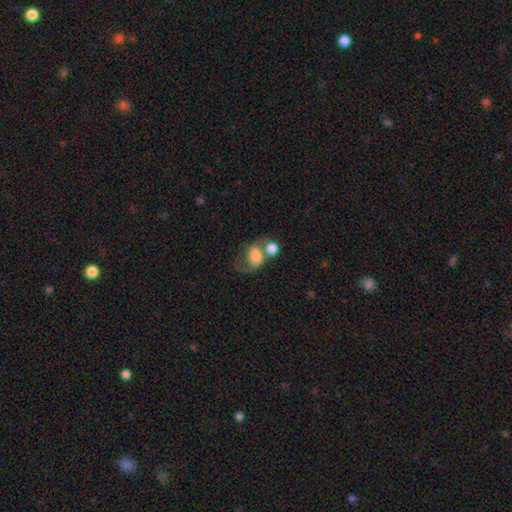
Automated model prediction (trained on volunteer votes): The model was most divided on "how rounded": in between: 55%, round: 44%, cigar-shaped: 1%. More confident: smooth or featured — smooth (62%); merging — merger (52%).